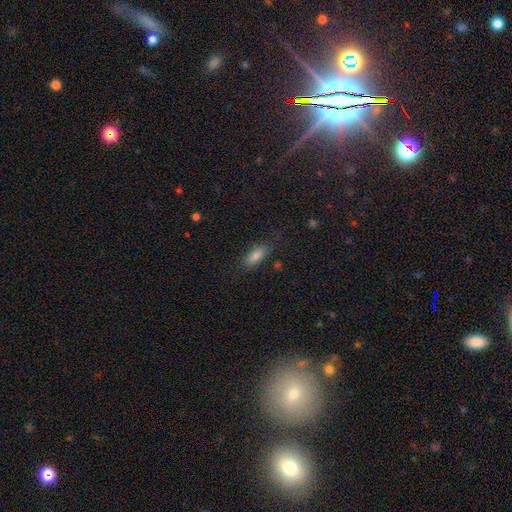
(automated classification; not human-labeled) Morphology: type=smooth (78%); roundness=in between (72%); merging=none (76%).